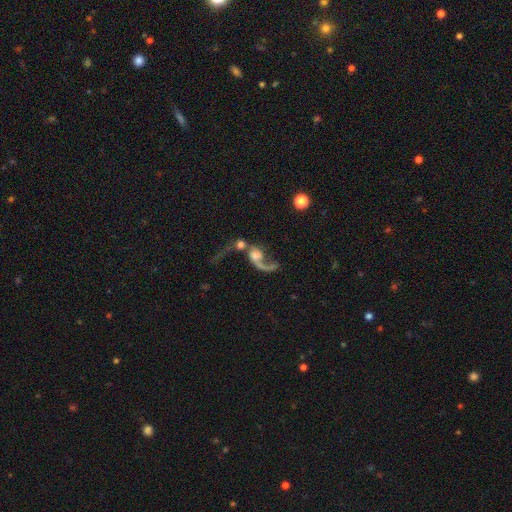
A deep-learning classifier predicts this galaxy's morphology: This appears to be a featured or disk galaxy (64%) with no bar (70%), spiral arms (76%) and a moderate central bulge (35%). Merging: merger (51%).